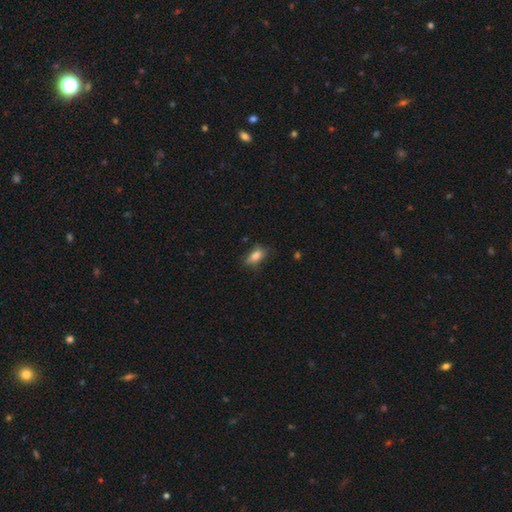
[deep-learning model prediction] Smooth or featured?
  - smooth: 81% *
  - featured or disk: 10%
  - star or artifact: 9%
How rounded?
  - in between: 84% *
  - cigar-shaped: 8%
  - round: 8%
Merging?
  - none: 63% *
  - minor disturbance: 27%
  - major disturbance: 8%
  - merger: 2%